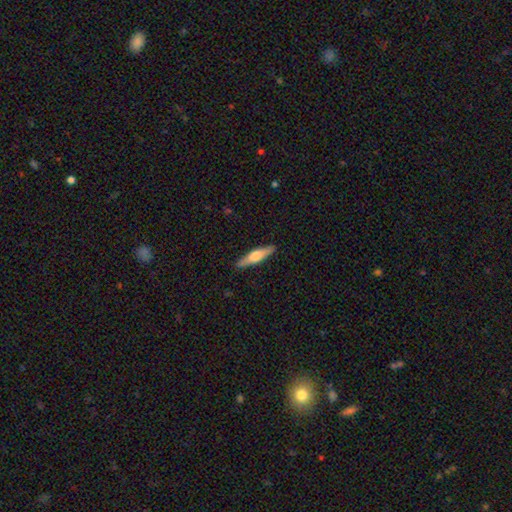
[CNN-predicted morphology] Q: Smooth or featured?
A: smooth (48%); runner-up: featured or disk (47%)
Q: Merging?
A: none (89%); runner-up: minor disturbance (8%)